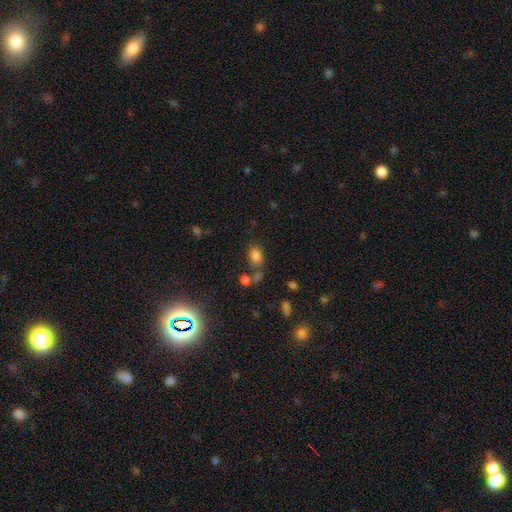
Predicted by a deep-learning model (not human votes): This is likely a smooth galaxy (78%). How rounded: clearly in between (81%). Merging: likely none (63%).